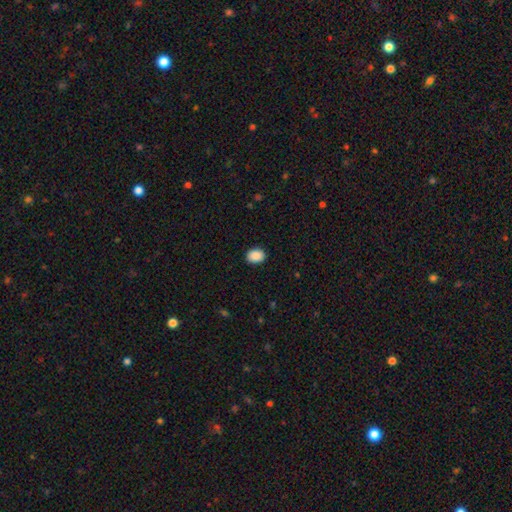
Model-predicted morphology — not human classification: The model was most divided on "how rounded": in between: 62%, round: 38%, cigar-shaped: 1%. More confident: merging — none (90%); smooth or featured — smooth (90%).